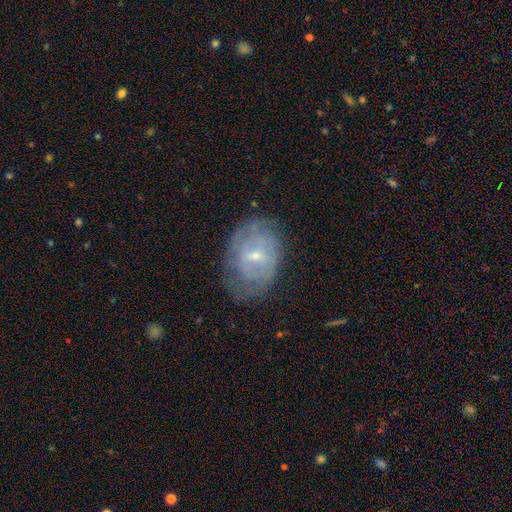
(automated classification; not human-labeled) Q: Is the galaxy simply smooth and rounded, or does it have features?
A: featured or disk — 67%.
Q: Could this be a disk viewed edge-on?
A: no — 96%.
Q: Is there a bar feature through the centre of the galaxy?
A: weak — 53%.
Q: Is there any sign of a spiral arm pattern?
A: yes — 73%.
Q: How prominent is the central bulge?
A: small — 72%.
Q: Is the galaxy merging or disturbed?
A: none — 64%.